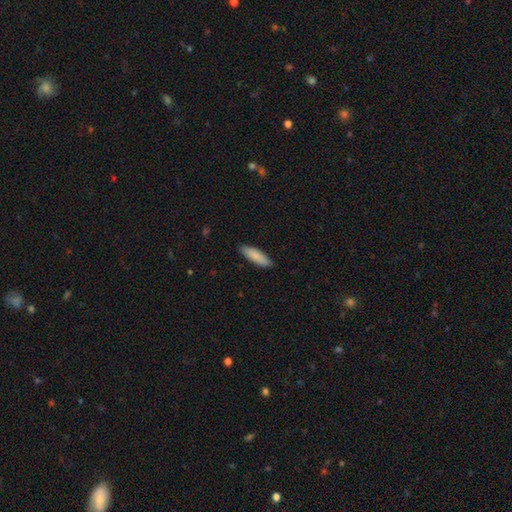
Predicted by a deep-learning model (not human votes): Overall: smooth (87%). How rounded: cigar-shaped (50%; in between 49%). Merging: none (88%).